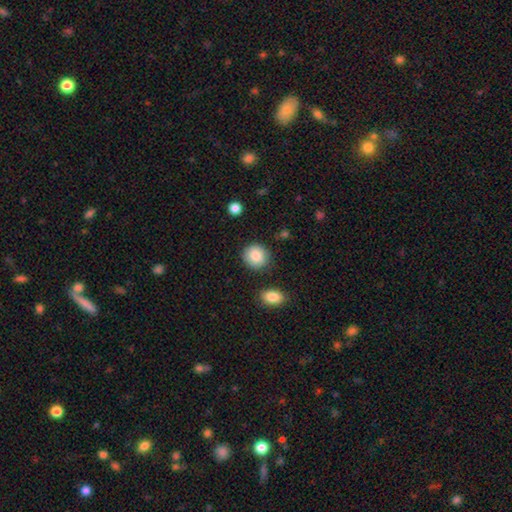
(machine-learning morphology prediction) A smooth galaxy with no disk features (86%) that is round (84%). Merging: none (85%).